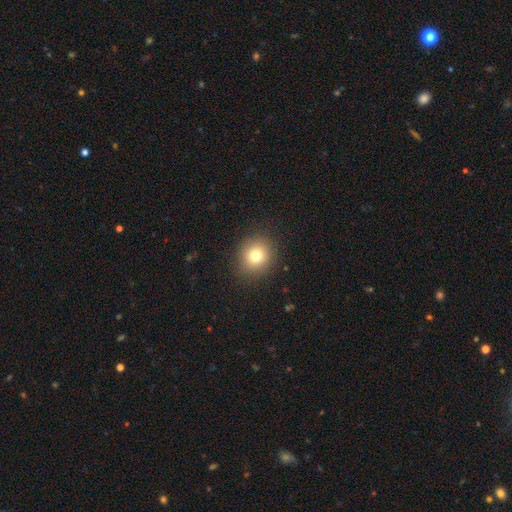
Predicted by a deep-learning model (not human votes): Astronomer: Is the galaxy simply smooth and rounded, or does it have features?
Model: smooth — 77%.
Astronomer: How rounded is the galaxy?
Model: round — 83%.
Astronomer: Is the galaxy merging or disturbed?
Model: none — 89%.